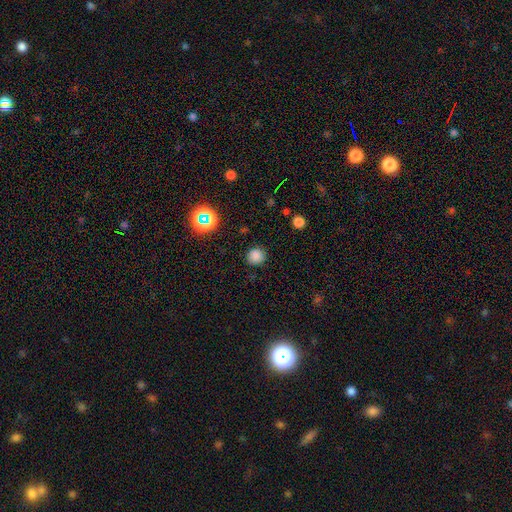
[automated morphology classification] A smooth galaxy with no disk features (80%) that is round (92%).

Vote fractions:
- Smooth or featured? smooth: 80% / star or artifact: 16% / featured or disk: 4%
- How rounded? round: 92% / in between: 7% / cigar-shaped: 1%
- Merging? none: 88% / minor disturbance: 7% / major disturbance: 3% / merger: 1%